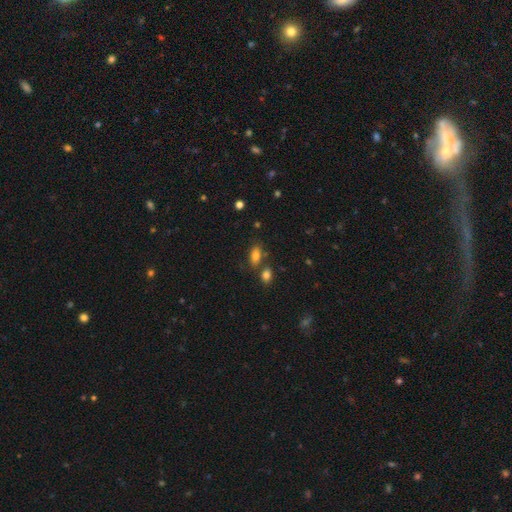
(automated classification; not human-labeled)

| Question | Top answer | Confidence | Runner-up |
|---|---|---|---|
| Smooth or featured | smooth | 80% | star or artifact (11%) |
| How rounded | in between | 88% | round (7%) |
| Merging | none | 65% | merger (17%) |